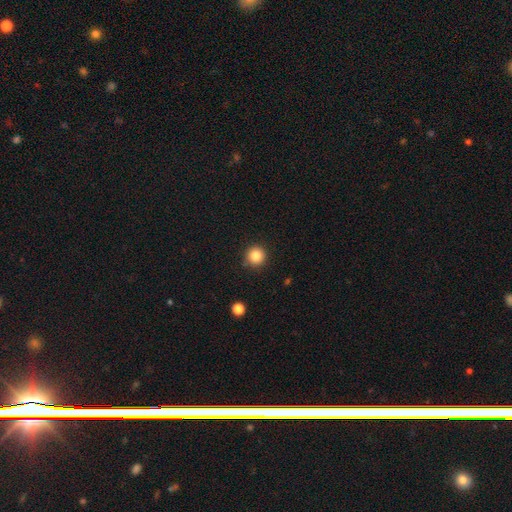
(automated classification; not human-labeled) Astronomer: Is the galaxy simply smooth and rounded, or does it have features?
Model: smooth — 84%.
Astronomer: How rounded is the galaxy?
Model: round — 95%.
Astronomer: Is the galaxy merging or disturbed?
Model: none — 90%.